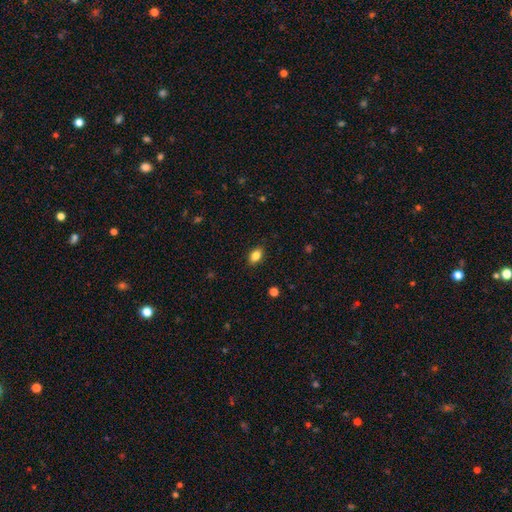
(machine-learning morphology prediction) Overall: smooth (84%). How rounded: in between (83%). Merging: none (87%).